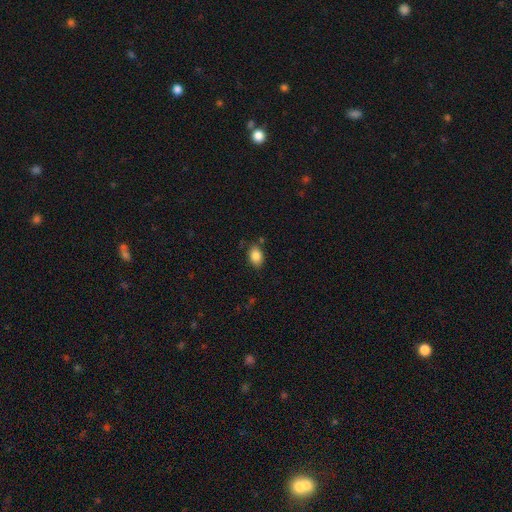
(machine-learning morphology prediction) A smooth galaxy with no disk features (86%) that is in between round and cigar-shaped (82%). Merging: none (79%).